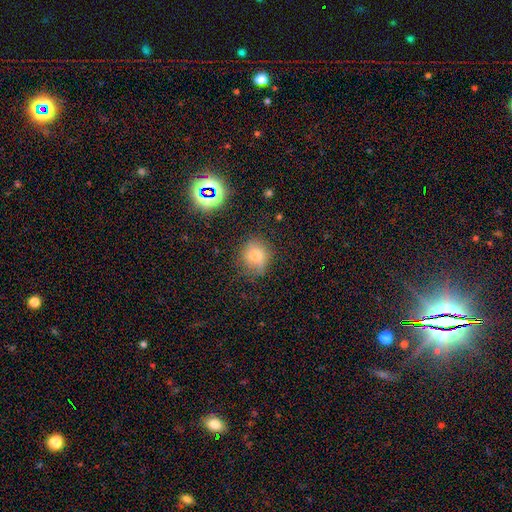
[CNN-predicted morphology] This appears to be a smooth galaxy with no disk features (71%) that is round (73%). Merging: none (61%).